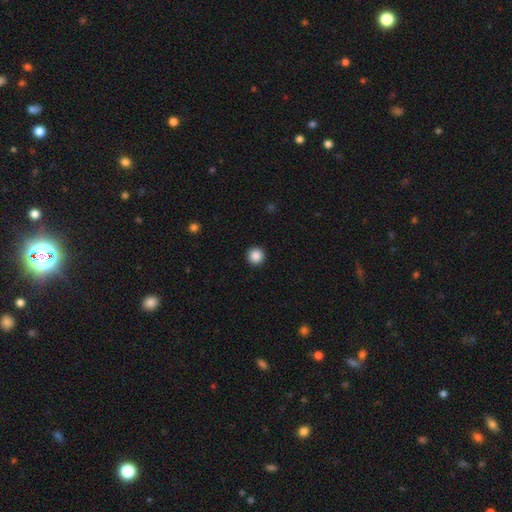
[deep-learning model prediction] Smooth or featured: smooth — 88% (star or artifact — 9%)
How rounded: round — 96% (in between — 3%)
Merging: none — 93% (minor disturbance — 4%)